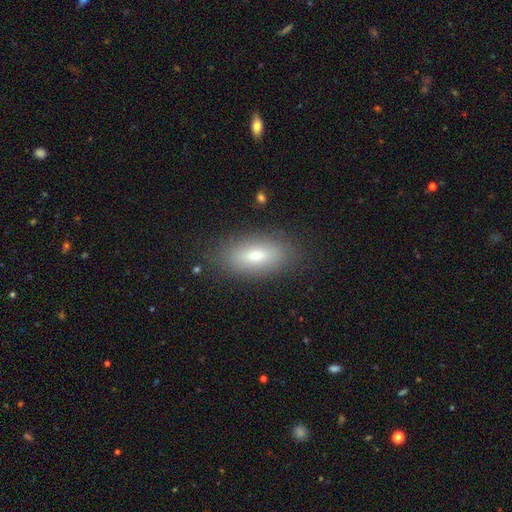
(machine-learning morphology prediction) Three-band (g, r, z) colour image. It shows a smooth galaxy with no disk features (74%) that is in between round and cigar-shaped (86%). Merging: none (85%).